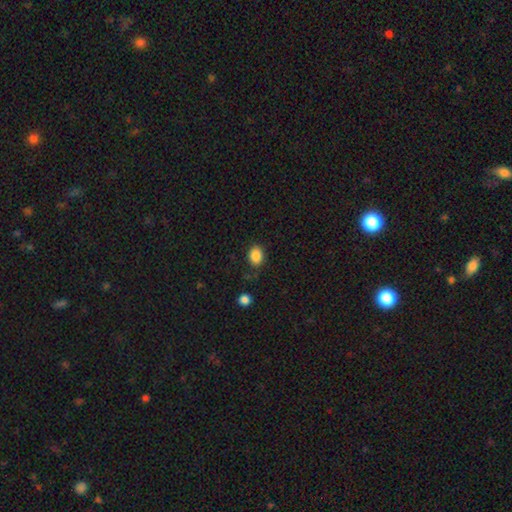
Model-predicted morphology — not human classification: Smooth or featured? Predicted: smooth (p=0.86). How rounded? Predicted: in between (p=0.60). Merging? Predicted: none (p=0.80).